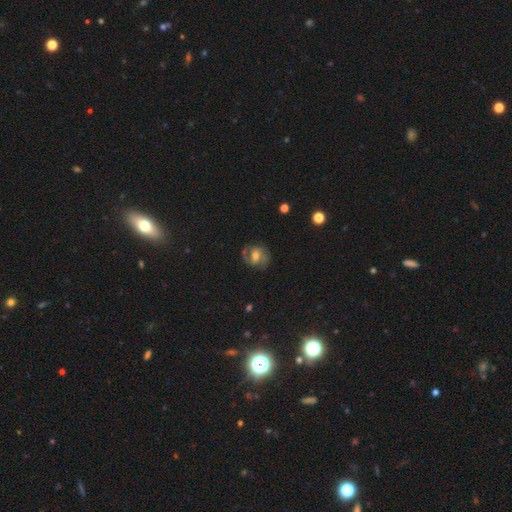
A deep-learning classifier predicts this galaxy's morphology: The model was most divided on "bar": weak: 47%, no: 36%, strong: 17%. Remaining: edge-on disk — no (97%); spiral arms — yes (88%); spiral arm count — 2 (81%); merging — none (74%); smooth or featured — featured or disk (69%); bulge size — moderate (63%); spiral winding — medium (50%).